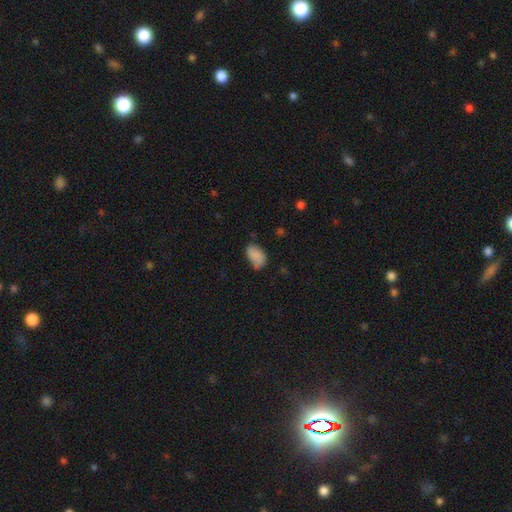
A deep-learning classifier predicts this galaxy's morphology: Smooth or featured?
  - smooth: 83% *
  - star or artifact: 9%
  - featured or disk: 9%
How rounded?
  - in between: 91% *
  - round: 8%
  - cigar-shaped: 2%
Merging?
  - none: 53% *
  - minor disturbance: 33%
  - major disturbance: 9%
  - merger: 4%